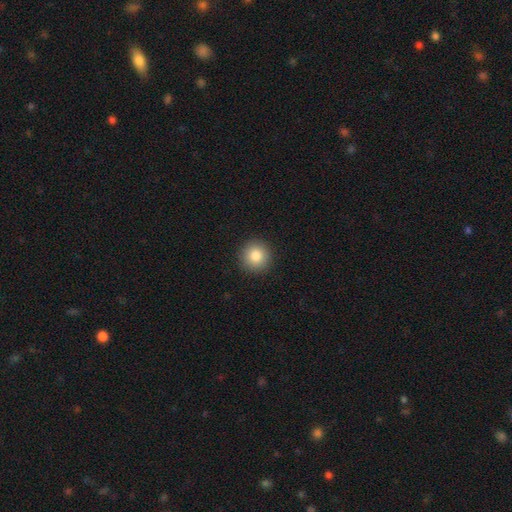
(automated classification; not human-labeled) A smooth galaxy with no disk features (84%) that is round (95%).

Vote fractions:
- Smooth or featured? smooth: 84% / star or artifact: 9% / featured or disk: 6%
- How rounded? round: 95% / in between: 4% / cigar-shaped: 1%
- Merging? none: 92% / minor disturbance: 5% / major disturbance: 2% / merger: 1%